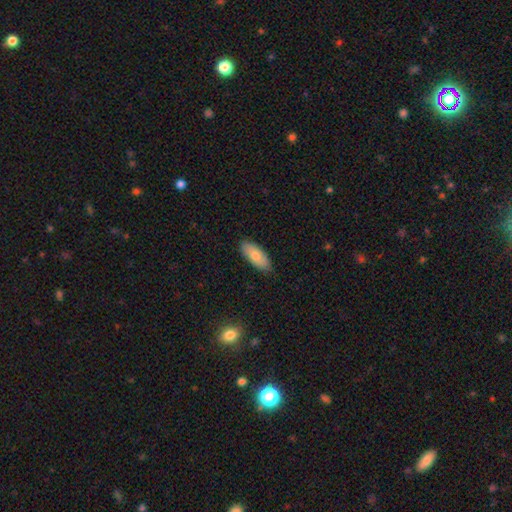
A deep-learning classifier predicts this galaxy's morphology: This appears to be a smooth galaxy with no disk features (79%) that is in between round and cigar-shaped (85%). Merging: none (86%).